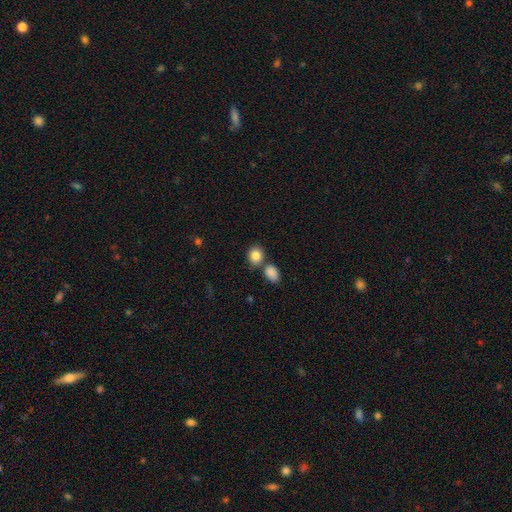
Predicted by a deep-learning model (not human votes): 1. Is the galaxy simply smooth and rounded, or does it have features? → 86% smooth, 9% star or artifact, 6% featured or disk.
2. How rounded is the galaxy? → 56% round, 43% in between, 1% cigar-shaped.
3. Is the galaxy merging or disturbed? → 61% none, 25% merger, 10% minor disturbance, 3% major disturbance.